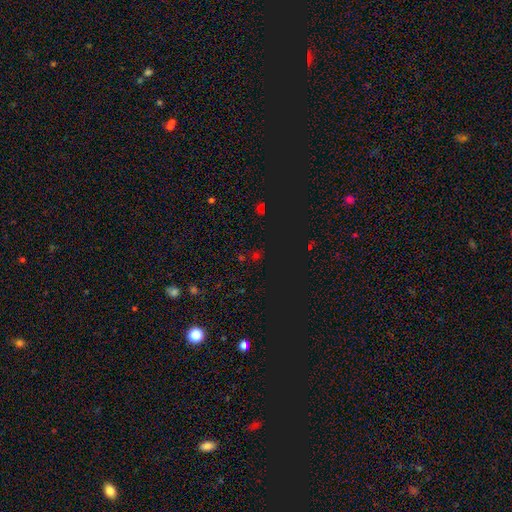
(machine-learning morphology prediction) Smooth or featured? Predicted: star or artifact (p=0.59).